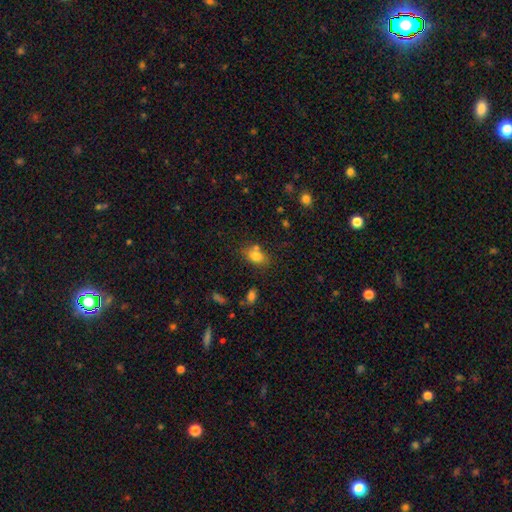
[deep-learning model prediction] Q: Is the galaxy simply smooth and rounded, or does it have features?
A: smooth — 79%.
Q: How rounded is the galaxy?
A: in between — 79%.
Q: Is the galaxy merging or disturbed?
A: none — 56%.